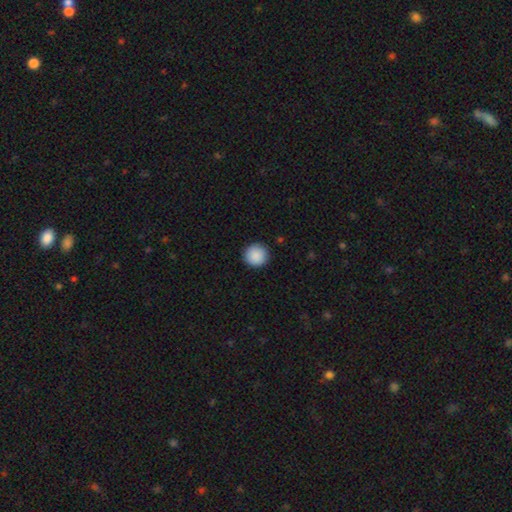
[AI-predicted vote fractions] The model was most divided on "smooth or featured": smooth: 90%, star or artifact: 8%, featured or disk: 3%. More confident: how rounded — round (95%); merging — none (92%).